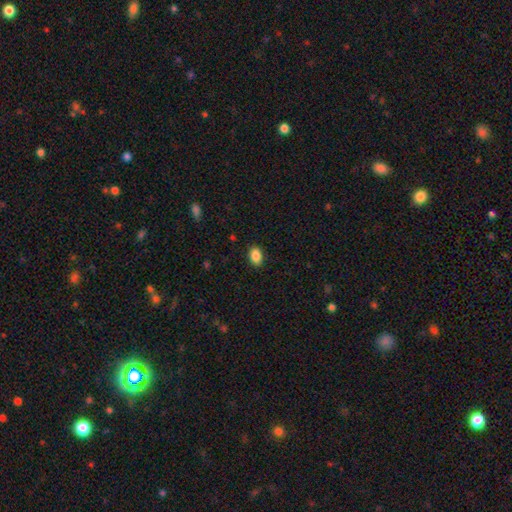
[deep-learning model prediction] Smooth or featured: smooth — 88% (star or artifact — 8%)
How rounded: in between — 85% (round — 14%)
Merging: none — 88% (minor disturbance — 8%)